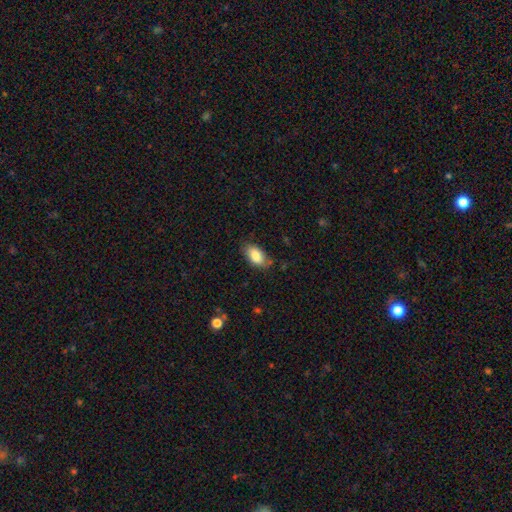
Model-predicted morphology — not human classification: smooth 84%, featured or disk 9%, star or artifact 7%. Down the decision tree: how rounded — in between (93%); merging — none (76%).